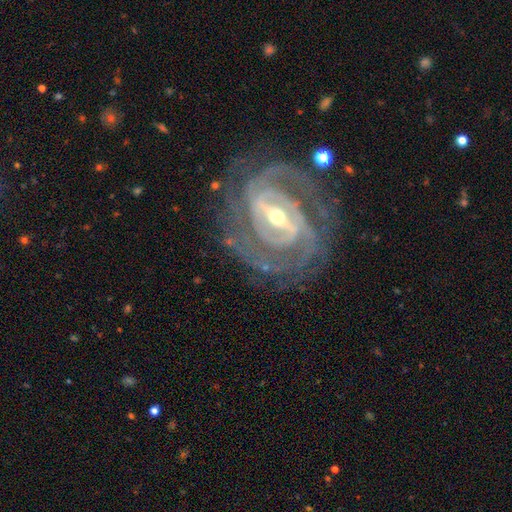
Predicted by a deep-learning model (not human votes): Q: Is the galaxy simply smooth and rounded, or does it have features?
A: featured or disk — 93%.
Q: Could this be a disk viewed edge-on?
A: no — 96%.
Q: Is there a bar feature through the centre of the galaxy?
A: strong — 67%.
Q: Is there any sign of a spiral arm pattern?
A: yes — 98%.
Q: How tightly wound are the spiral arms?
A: tight — 72%.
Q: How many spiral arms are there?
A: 2 — 36%.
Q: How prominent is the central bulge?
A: moderate — 49%.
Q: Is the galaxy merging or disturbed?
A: none — 76%.